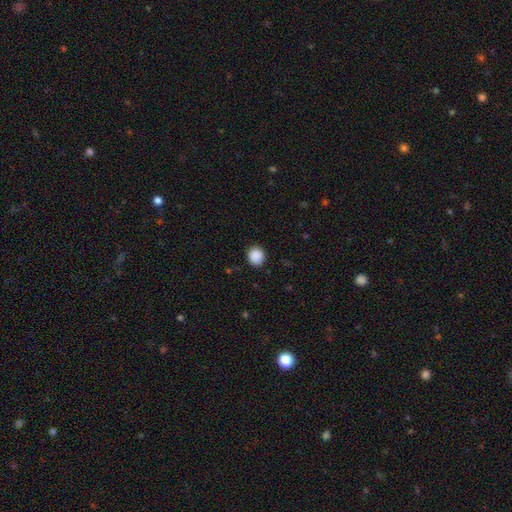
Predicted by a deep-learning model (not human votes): smooth 89%, star or artifact 9%, featured or disk 3%. Down the decision tree: how rounded — round (79%); merging — none (87%).